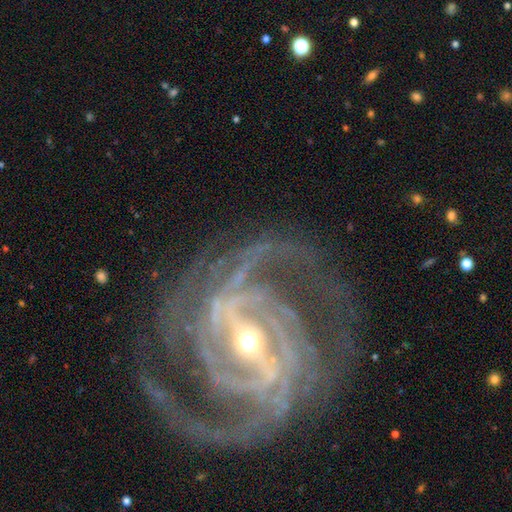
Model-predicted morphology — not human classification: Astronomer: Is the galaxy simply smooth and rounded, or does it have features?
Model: featured or disk — 93%.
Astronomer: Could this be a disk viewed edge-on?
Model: no — 97%.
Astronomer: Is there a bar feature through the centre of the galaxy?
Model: strong — 68%.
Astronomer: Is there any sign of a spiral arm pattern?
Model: yes — 99%.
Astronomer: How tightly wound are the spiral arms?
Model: tight — 56% (runner-up: medium, 38%).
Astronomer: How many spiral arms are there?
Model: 2 — 27% (runner-up: 3, 25%).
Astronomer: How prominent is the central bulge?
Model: small — 53% (runner-up: moderate, 42%).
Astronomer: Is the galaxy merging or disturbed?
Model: none — 76%.